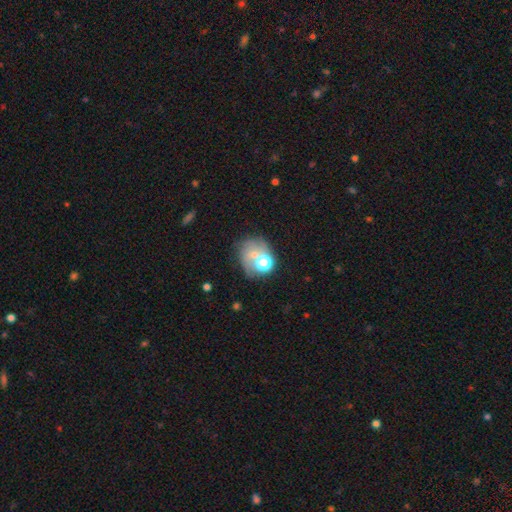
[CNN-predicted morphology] Overall: smooth (53%; featured or disk 29%). How rounded: round (66%; in between 33%). Merging: none (42%; merger 26%).